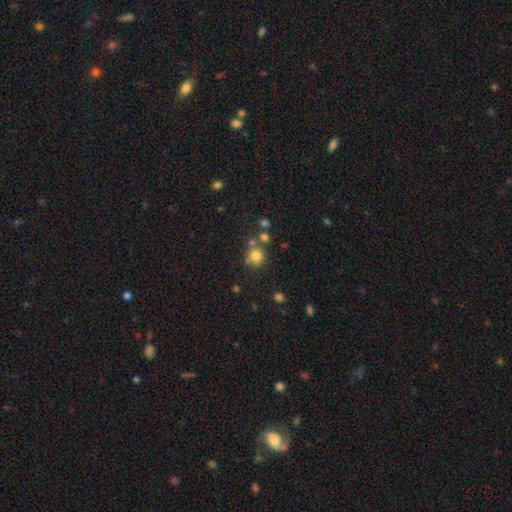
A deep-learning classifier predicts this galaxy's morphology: type=smooth (78%); roundness=round (89%); merging=none (64%).